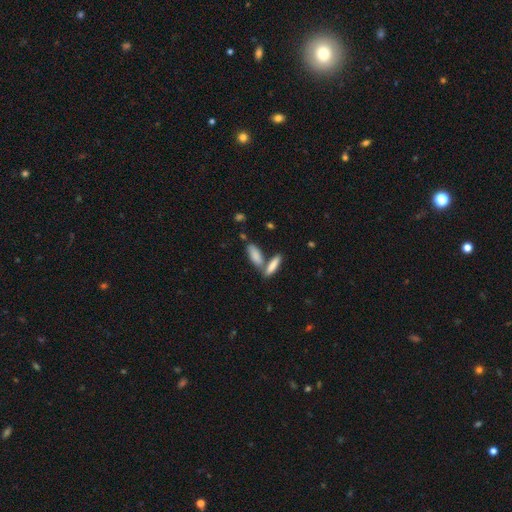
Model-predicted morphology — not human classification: Smooth or featured: smooth — 81% (featured or disk — 12%)
How rounded: in between — 57% (cigar-shaped — 41%)
Merging: none — 50% (merger — 37%)